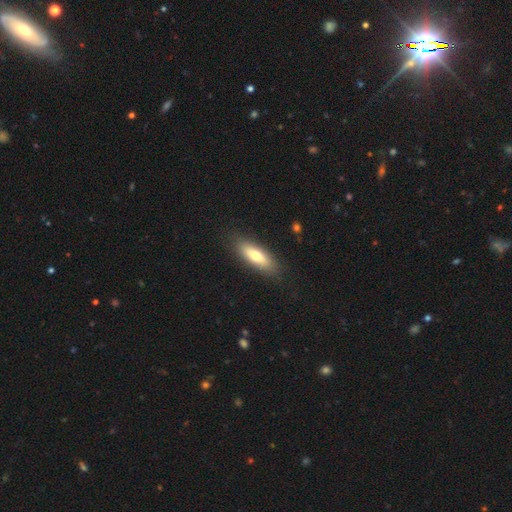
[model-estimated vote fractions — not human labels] Smooth or featured? smooth (67%)
How rounded? in between (60%)
Merging? none (86%)